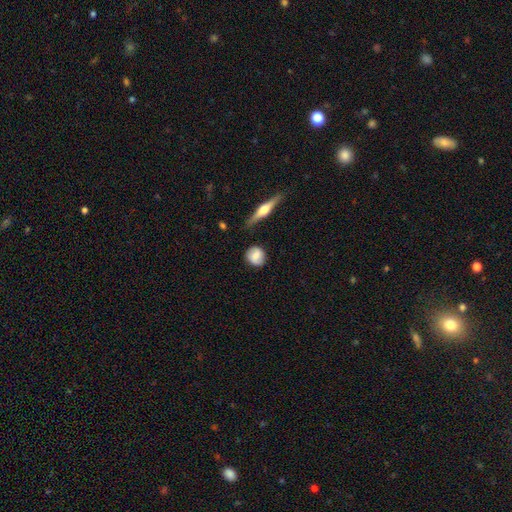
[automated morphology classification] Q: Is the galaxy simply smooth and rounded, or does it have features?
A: smooth — 69%.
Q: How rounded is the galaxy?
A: round — 75%.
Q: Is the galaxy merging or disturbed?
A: none — 80%.